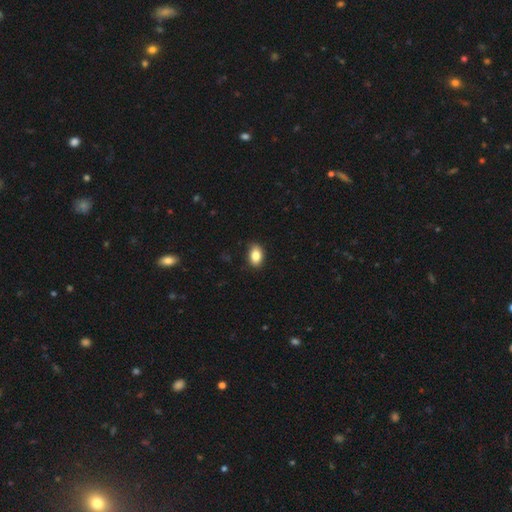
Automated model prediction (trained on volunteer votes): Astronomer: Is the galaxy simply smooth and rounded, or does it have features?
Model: smooth — 86%.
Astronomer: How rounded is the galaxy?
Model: in between — 85%.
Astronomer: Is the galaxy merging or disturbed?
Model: none — 87%.